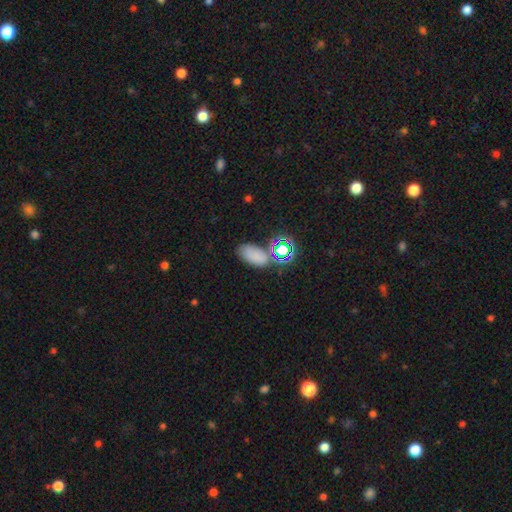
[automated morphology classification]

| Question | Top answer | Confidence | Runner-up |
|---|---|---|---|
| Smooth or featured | smooth | 69% | star or artifact (23%) |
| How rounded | in between | 88% | round (9%) |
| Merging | none | 67% | minor disturbance (16%) |